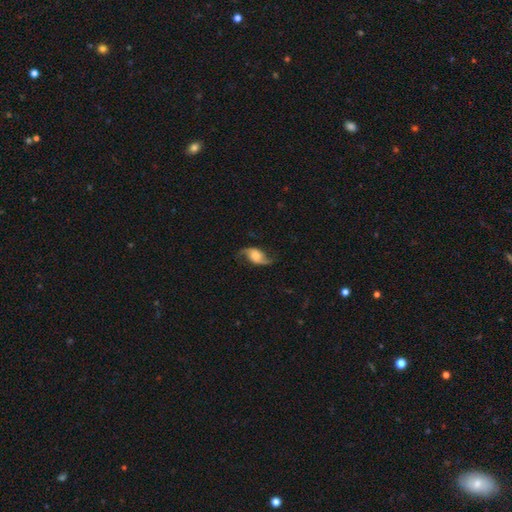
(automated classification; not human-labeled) Smooth or featured: featured or disk — 77% (smooth — 15%)
Edge-on disk: no — 95% (yes — 5%)
Bar: no — 59% (weak — 31%)
Spiral arms: yes — 95% (no — 5%)
Spiral winding: loose — 76% (medium — 19%)
Spiral arm count: 2 — 93% (can't tell — 2%)
Bulge size: large — 31% (moderate — 23%)
Merging: none — 75% (minor disturbance — 16%)